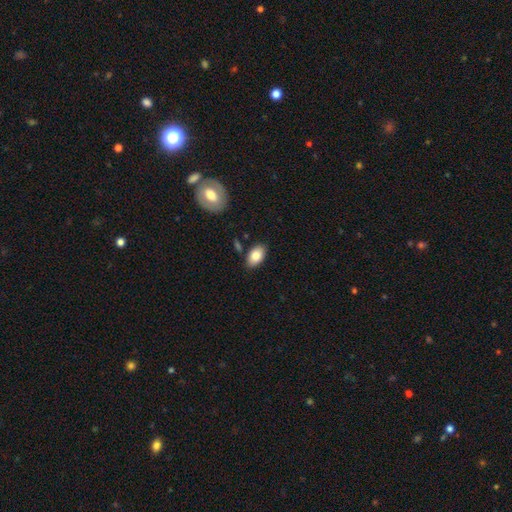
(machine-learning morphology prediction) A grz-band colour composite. It shows a smooth galaxy with no disk features (83%) that is in between round and cigar-shaped (93%). Merging: none (83%).